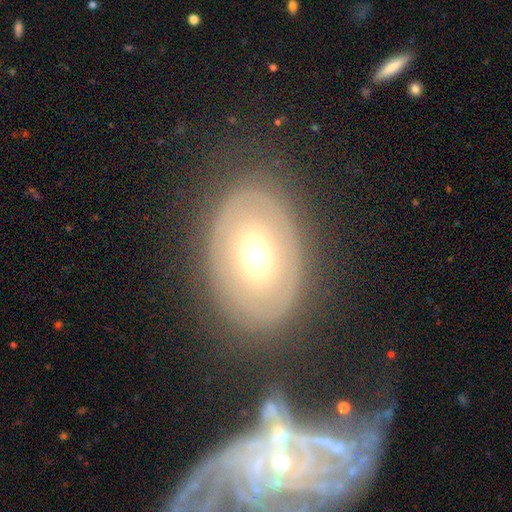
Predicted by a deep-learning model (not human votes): The model was most divided on "smooth or featured": featured or disk: 51%, smooth: 41%, star or artifact: 9%. More confident: edge-on disk — no (92%); merging — none (79%).